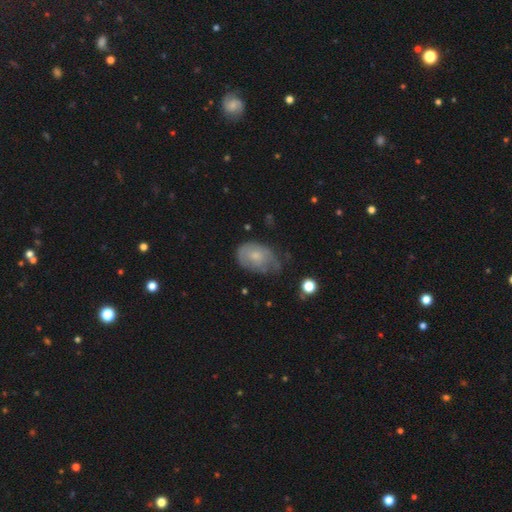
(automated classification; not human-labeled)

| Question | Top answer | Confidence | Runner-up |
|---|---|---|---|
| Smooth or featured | smooth | 55% | featured or disk (37%) |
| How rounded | in between | 80% | round (18%) |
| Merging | minor disturbance | 41% | none (39%) |